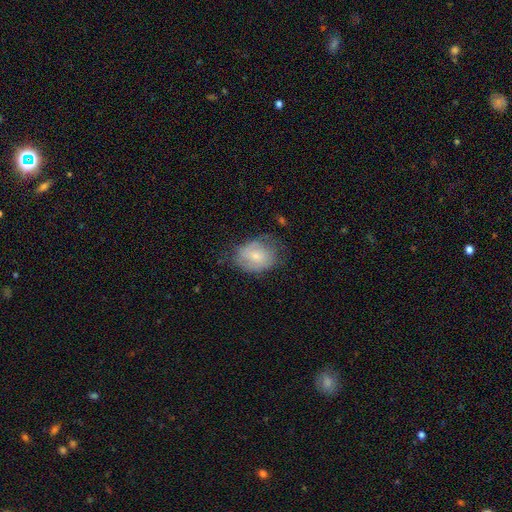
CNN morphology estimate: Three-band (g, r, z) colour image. It shows a smooth galaxy with no disk features (55%) that is in between round and cigar-shaped (55%). Merging: none (54%).